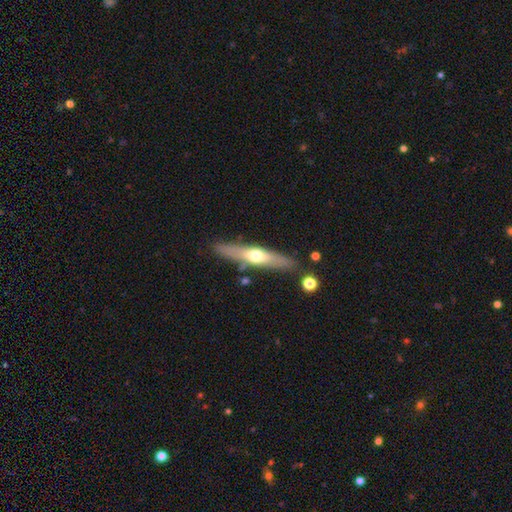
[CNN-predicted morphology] type=featured or disk (55%); edge-on=yes (90%); merging=none (83%).